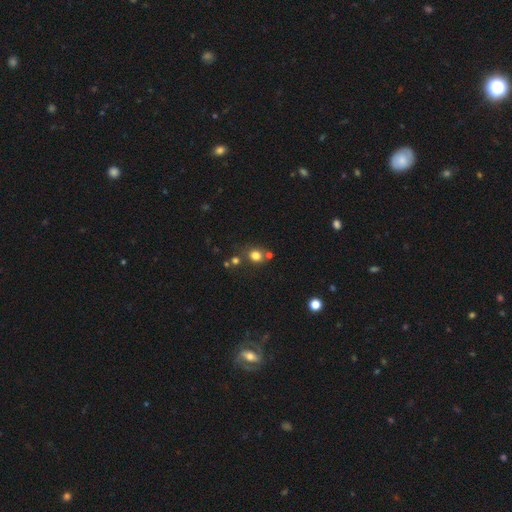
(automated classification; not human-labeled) Smooth or featured?
  - smooth: 76% *
  - star or artifact: 16%
  - featured or disk: 8%
How rounded?
  - round: 77% *
  - in between: 22%
  - cigar-shaped: 1%
Merging?
  - none: 65% *
  - merger: 19%
  - minor disturbance: 11%
  - major disturbance: 5%